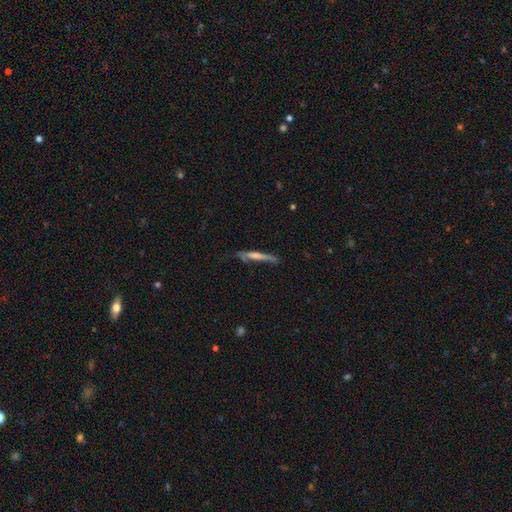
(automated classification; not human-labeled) Q: Smooth or featured?
A: featured or disk (51%); runner-up: smooth (42%)
Q: Edge-on disk?
A: yes (88%); runner-up: no (12%)
Q: Merging?
A: none (61%); runner-up: minor disturbance (25%)